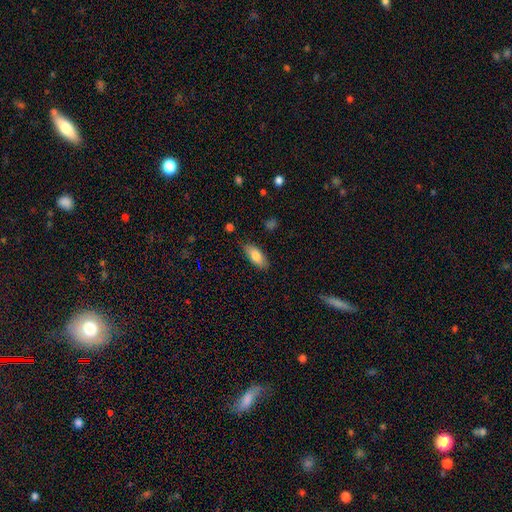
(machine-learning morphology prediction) smooth 81%, featured or disk 13%, star or artifact 6%. Down the decision tree: how rounded — in between (85%); merging — none (82%).